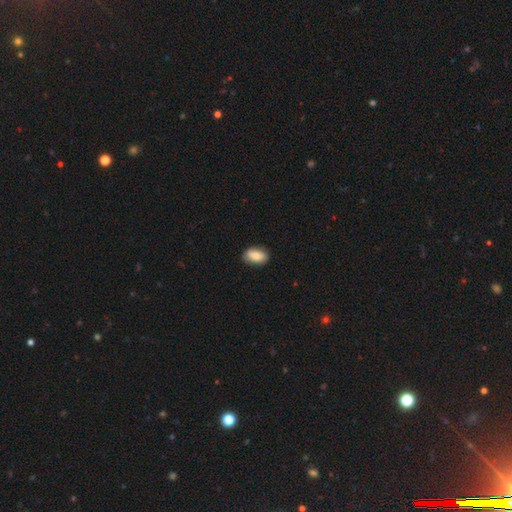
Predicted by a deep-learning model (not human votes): A smooth galaxy with no disk features (83%) that is in between round and cigar-shaped (91%). Merging: none (85%).